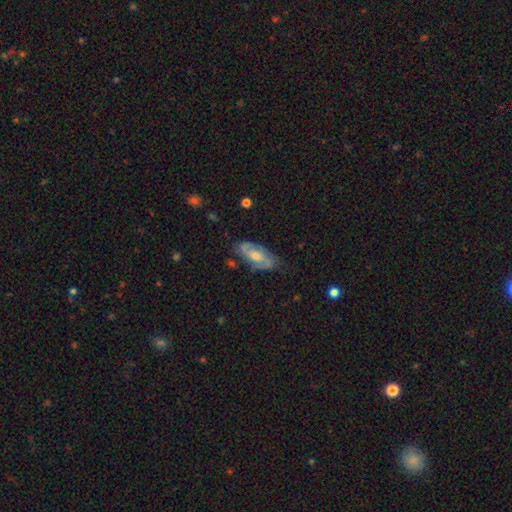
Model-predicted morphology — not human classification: featured or disk 71%, smooth 23%, star or artifact 7%. Down the decision tree: edge-on disk — no (89%); bar — no (51%); spiral arms — yes (84%); spiral arm count — 2 (75%); spiral winding — medium (45%); bulge size — moderate (65%); merging — none (76%).